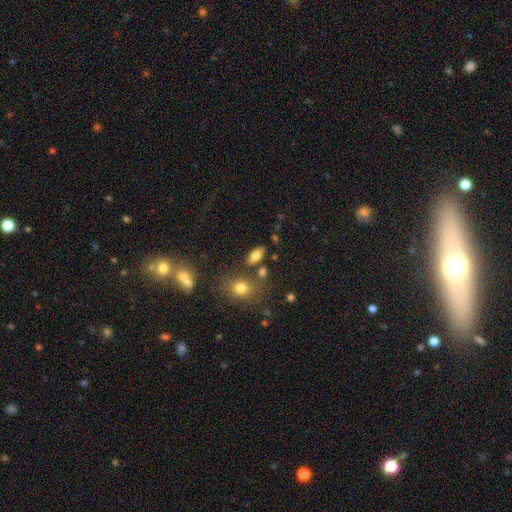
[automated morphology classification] This appears to be a smooth galaxy with no disk features (76%) that is in between round and cigar-shaped (86%). Merging: none (76%).